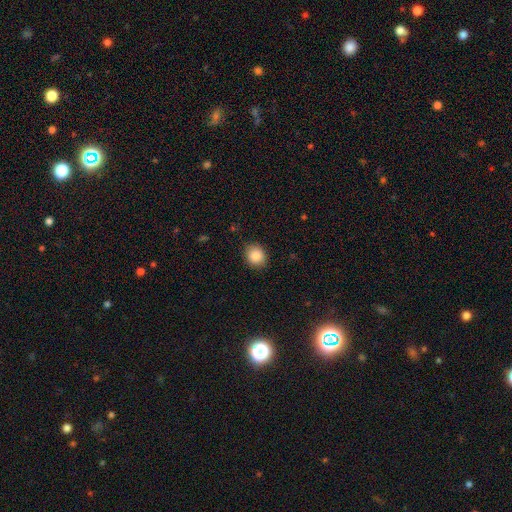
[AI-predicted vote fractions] This appears to be a smooth galaxy with no disk features (86%) that is round (76%). Merging: none (87%).